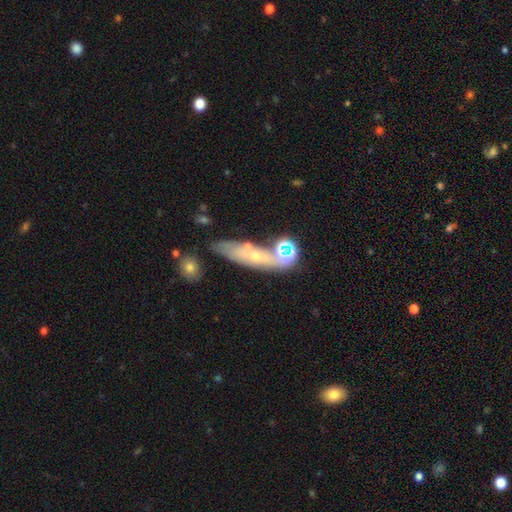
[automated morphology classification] Smooth or featured?
  - featured or disk: 43% *
  - smooth: 40%
  - star or artifact: 17%
Merging?
  - none: 51% *
  - merger: 19%
  - minor disturbance: 19%
  - major disturbance: 10%